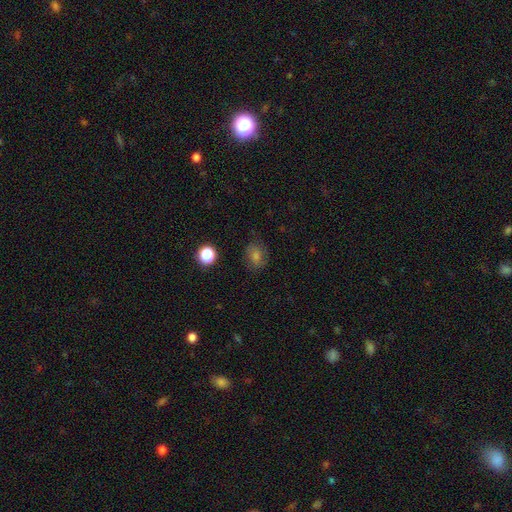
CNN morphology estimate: A smooth galaxy with no disk features (55%) that is round (59%).

Vote fractions:
- Smooth or featured? smooth: 55% / star or artifact: 23% / featured or disk: 22%
- How rounded? round: 59% / in between: 40% / cigar-shaped: 1%
- Merging? none: 79% / minor disturbance: 15% / major disturbance: 5% / merger: 1%